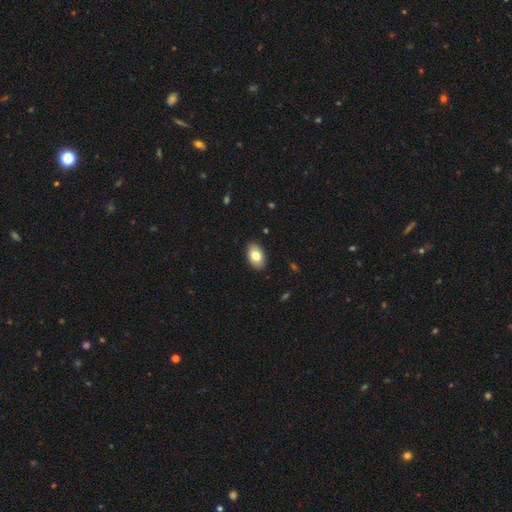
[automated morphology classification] Q: Smooth or featured?
A: smooth (79%); runner-up: featured or disk (14%)
Q: How rounded?
A: in between (90%); runner-up: round (9%)
Q: Merging?
A: none (89%); runner-up: minor disturbance (8%)